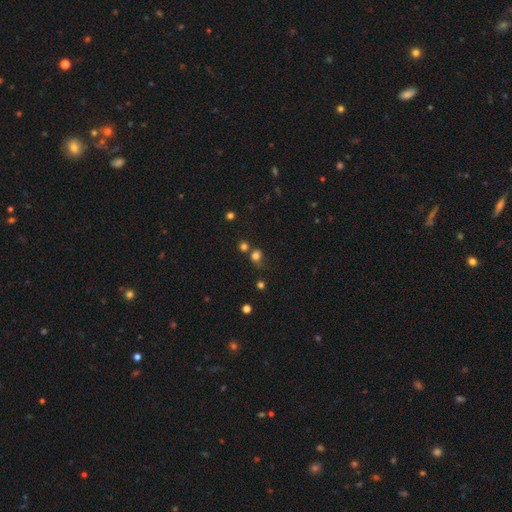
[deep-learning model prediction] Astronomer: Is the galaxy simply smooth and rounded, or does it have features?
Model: smooth — 75%.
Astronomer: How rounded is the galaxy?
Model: round — 72%.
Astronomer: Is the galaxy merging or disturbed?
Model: none — 55%.